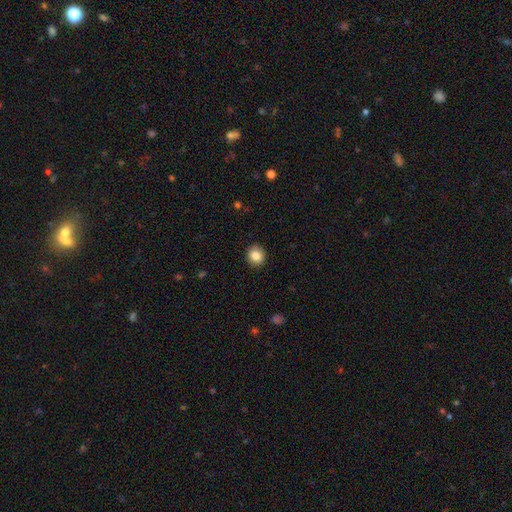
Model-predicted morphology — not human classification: Smooth or featured: smooth — 86% (star or artifact — 9%)
How rounded: round — 78% (in between — 21%)
Merging: none — 90% (minor disturbance — 7%)